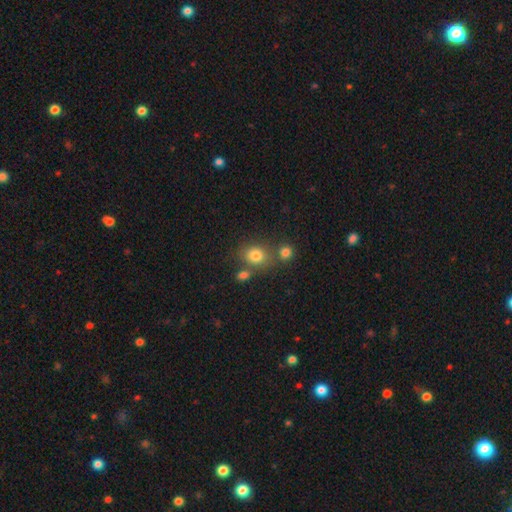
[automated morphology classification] Smooth or featured? smooth (79%)
How rounded? round (59%)
Merging? none (61%)